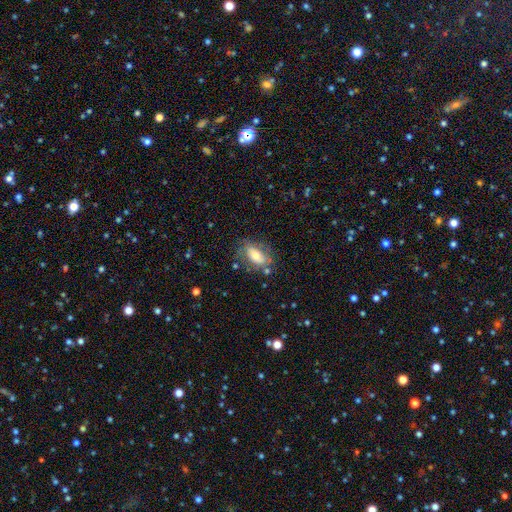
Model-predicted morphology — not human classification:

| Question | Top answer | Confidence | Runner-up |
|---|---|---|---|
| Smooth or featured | smooth | 63% | featured or disk (30%) |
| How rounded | in between | 87% | cigar-shaped (7%) |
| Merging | none | 67% | minor disturbance (20%) |